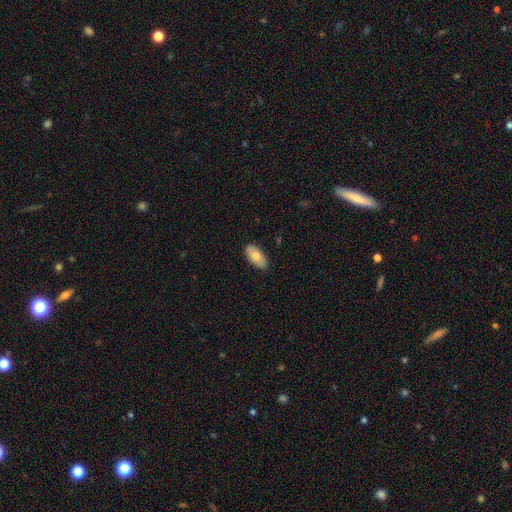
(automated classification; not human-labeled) This is likely a smooth galaxy (75%). How rounded: clearly in between (93%). Merging: clearly none (87%).